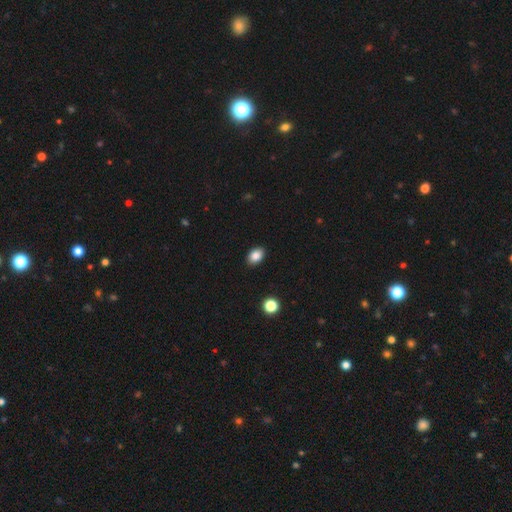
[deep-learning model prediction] Morphology: type=smooth (85%); roundness=in between (80%); merging=none (90%).